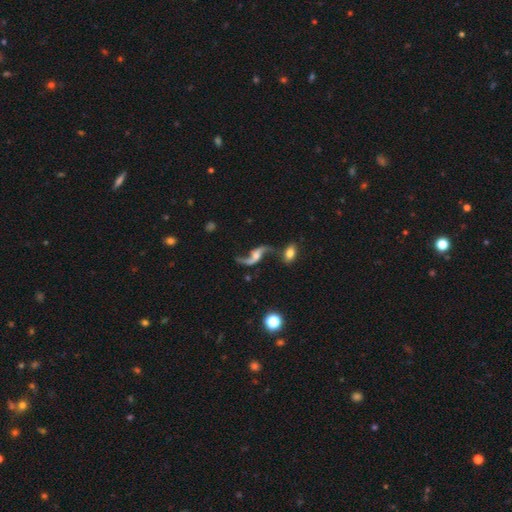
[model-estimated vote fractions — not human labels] Smooth or featured? Predicted: featured or disk (p=0.88). Edge-on disk? Predicted: no (p=0.93). Bar? Predicted: no (p=0.53). Spiral arms? Predicted: yes (p=0.95). Spiral winding? Predicted: loose (p=0.93). Spiral arm count? Predicted: 2 (p=0.93). Bulge size? Predicted: moderate (p=0.34). Merging? Predicted: none (p=0.63).